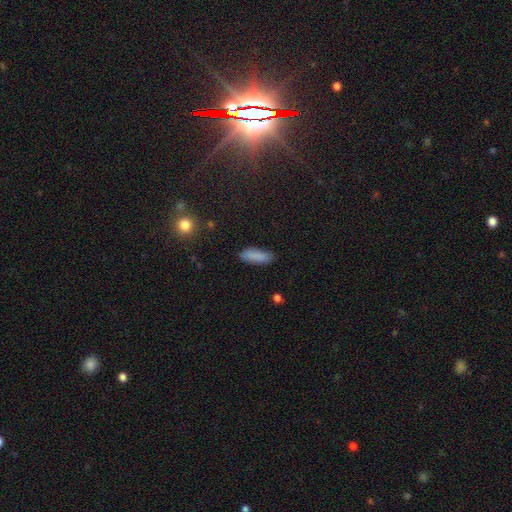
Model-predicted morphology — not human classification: Smooth or featured?
  - smooth: 85% *
  - star or artifact: 8%
  - featured or disk: 7%
How rounded?
  - in between: 49% * (tied)
  - cigar-shaped: 49% * (tied)
  - round: 2%
Merging?
  - none: 82% *
  - minor disturbance: 14%
  - major disturbance: 3%
  - merger: 2%